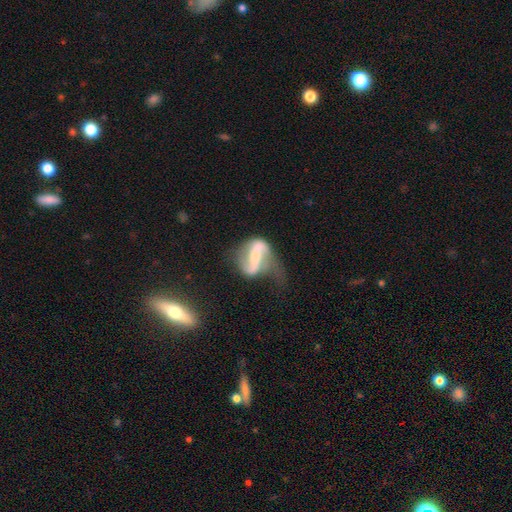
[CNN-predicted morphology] This is clearly a featured or disk galaxy (83%). It is clearly not viewed edge-on (96%). Bar: likely strong (61%). Spiral arm pattern: clearly yes (89%). Spiral arm count: clearly 2 (83%). Spiral winding: likely loose (66%). Central bulge: possibly small (53%). Merging: marginally none (36%).